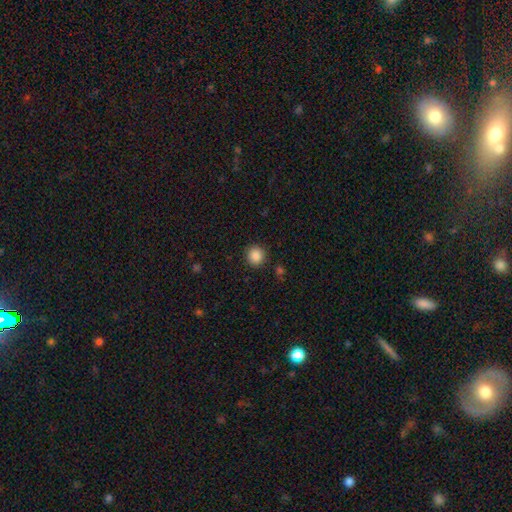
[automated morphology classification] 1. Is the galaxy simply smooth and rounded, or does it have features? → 87% smooth, 10% star or artifact, 3% featured or disk.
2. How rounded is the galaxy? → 91% round, 8% in between, 1% cigar-shaped.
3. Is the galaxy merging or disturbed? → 90% none, 7% minor disturbance, 2% major disturbance, 1% merger.